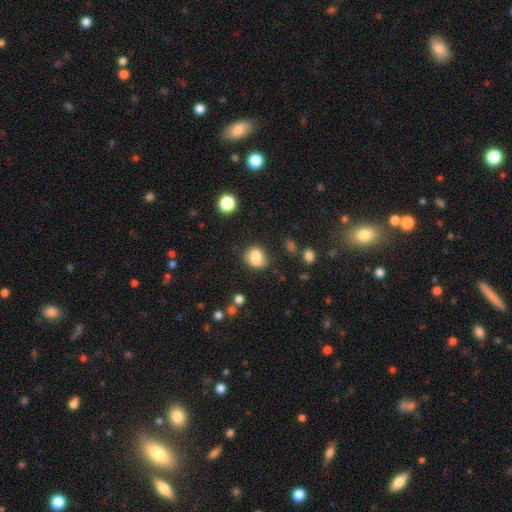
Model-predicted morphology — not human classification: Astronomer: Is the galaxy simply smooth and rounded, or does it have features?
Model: smooth — 74%.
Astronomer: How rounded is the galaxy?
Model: round — 58% (runner-up: in between, 41%).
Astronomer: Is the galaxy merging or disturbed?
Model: none — 42% (runner-up: merger, 33%).